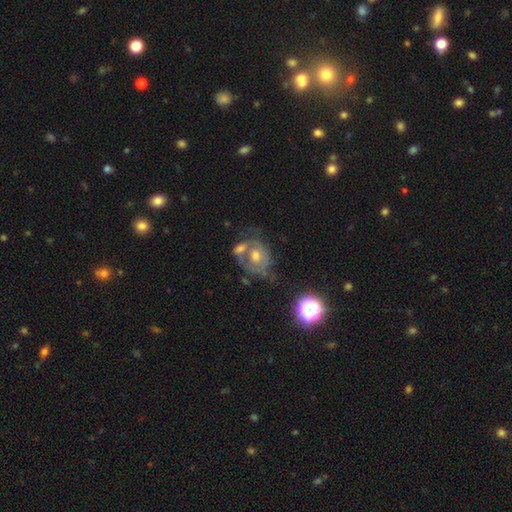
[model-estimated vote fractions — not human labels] A featured or disk galaxy (61%) with no bar (81%), spiral arms (57%) and a moderate central bulge (66%). Merging: merger (39%).